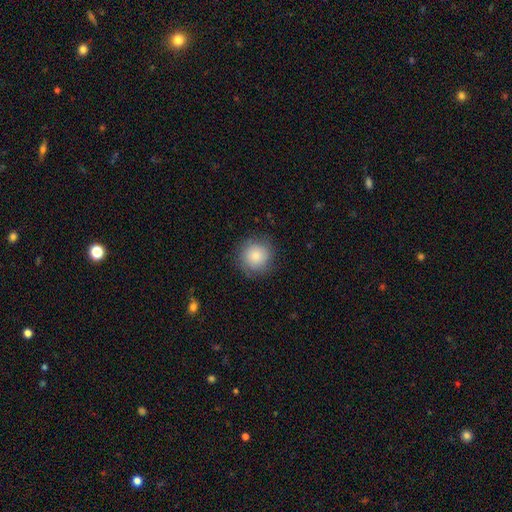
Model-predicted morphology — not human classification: smooth 82%, featured or disk 10%, star or artifact 8%. Down the decision tree: how rounded — round (92%); merging — none (83%).